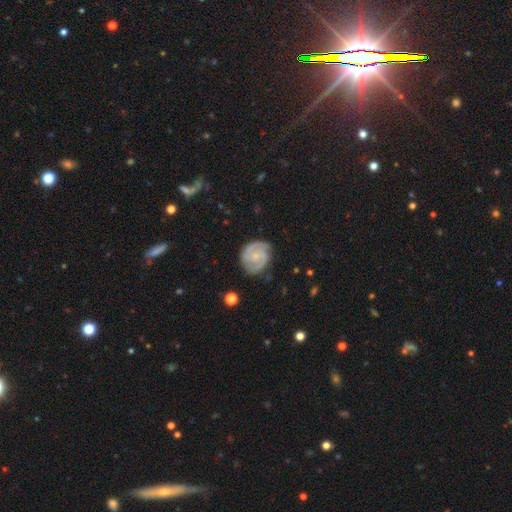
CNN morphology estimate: The model was most divided on "spiral winding": tight: 50%, medium: 40%, loose: 9%. More confident: edge-on disk — no (98%); spiral arms — yes (95%); smooth or featured — featured or disk (80%); merging — none (78%); spiral arm count — 2 (74%); bulge size — small (67%); bar — no (59%).